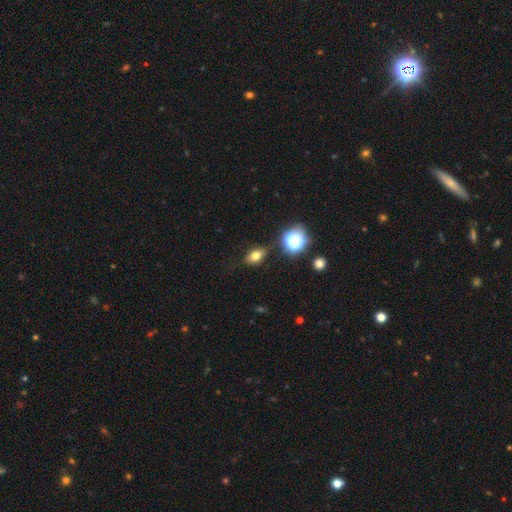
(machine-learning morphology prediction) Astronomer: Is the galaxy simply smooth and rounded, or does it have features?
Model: smooth — 69%.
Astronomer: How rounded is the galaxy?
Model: in between — 75%.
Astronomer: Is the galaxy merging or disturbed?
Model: none — 81%.